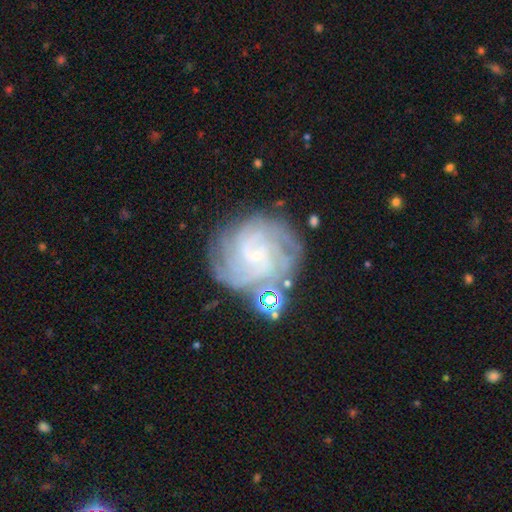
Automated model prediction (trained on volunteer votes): A featured or disk galaxy (85%) with no bar (63%), 4 (30%) tight (73%) spiral arms (97%) and a small central bulge (83%).

Vote fractions:
- Smooth or featured? featured or disk: 85% / star or artifact: 8% / smooth: 7%
- Edge-on disk? no: 98% / yes: 2%
- Bar? no: 63% / weak: 30% / strong: 7%
- Spiral arms? yes: 97% / no: 3%
- Spiral winding? tight: 73% / medium: 23% / loose: 5%
- Spiral arm count? 4: 30% / can't tell: 21% / more than 4: 21% / 3: 14% / 2: 8% / 1: 6%
- Bulge size? small: 83% / none: 9% / moderate: 7% / large: 1% / dominant: 1%
- Merging? none: 74% / minor disturbance: 15% / major disturbance: 6% / merger: 4%